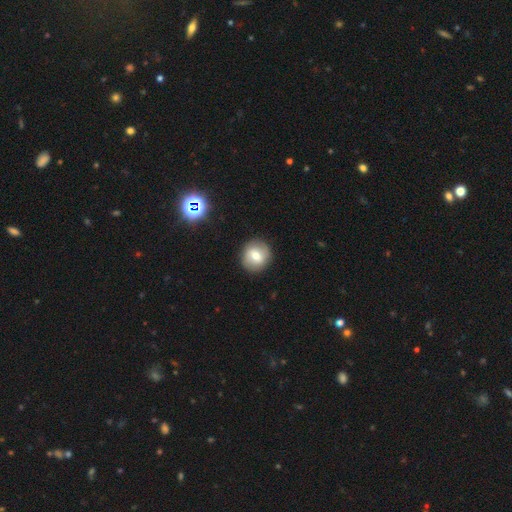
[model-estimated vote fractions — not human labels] A smooth galaxy with no disk features (62%) that is round (89%).

Vote fractions:
- Smooth or featured? smooth: 62% / featured or disk: 29% / star or artifact: 10%
- How rounded? round: 89% / in between: 10% / cigar-shaped: 1%
- Merging? none: 89% / minor disturbance: 7% / major disturbance: 2% / merger: 1%